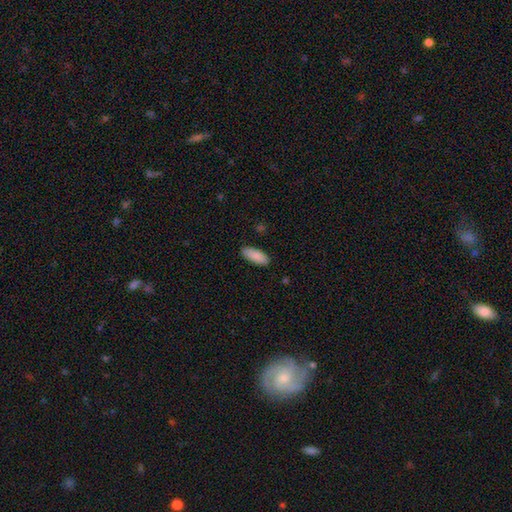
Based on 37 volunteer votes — This appears to be a smooth galaxy with no disk features (95%) that is in between round and cigar-shaped (80%). Merging: none (92%).